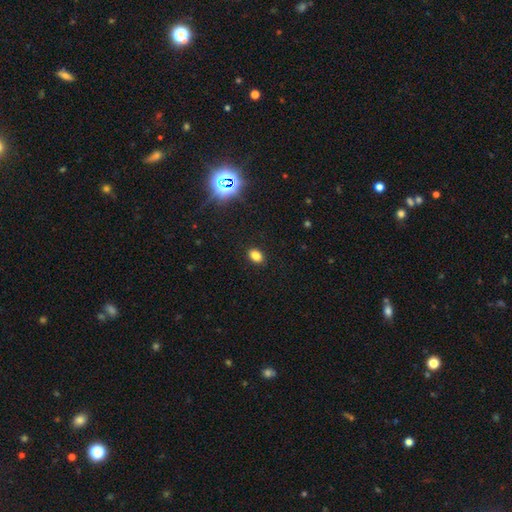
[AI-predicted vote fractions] Morphology: type=smooth (79%); roundness=in between (81%); merging=none (89%).